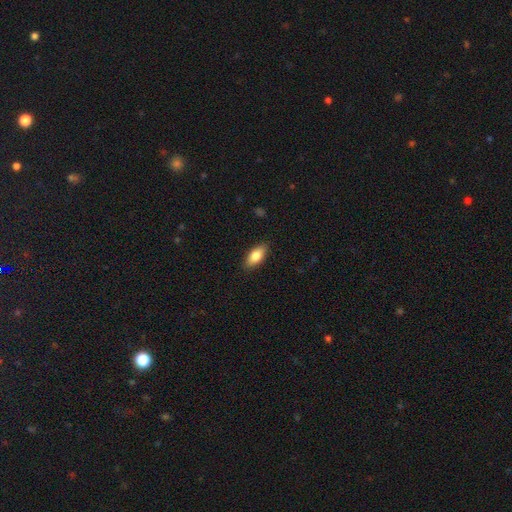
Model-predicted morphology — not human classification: smooth-or-featured: smooth: 81% | featured or disk: 12% | star or artifact: 6%
  how-rounded: in between: 86% | cigar-shaped: 10% | round: 3%
  merging: none: 88% | minor disturbance: 9% | major disturbance: 2% | merger: 1%